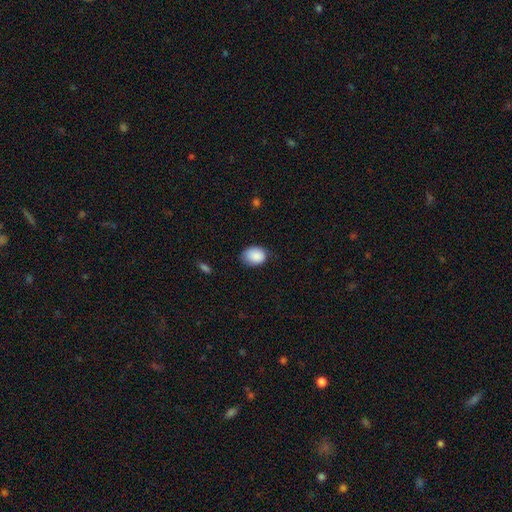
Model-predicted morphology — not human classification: Smooth or featured: smooth — 89% (star or artifact — 7%)
How rounded: in between — 64% (round — 35%)
Merging: none — 67% (minor disturbance — 27%)